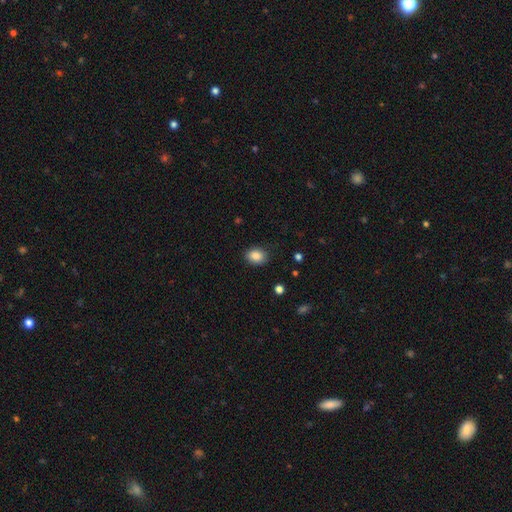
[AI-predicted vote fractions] The model was most divided on "how rounded": in between: 61%, round: 38%, cigar-shaped: 1%. More confident: smooth or featured — smooth (87%); merging — none (85%).